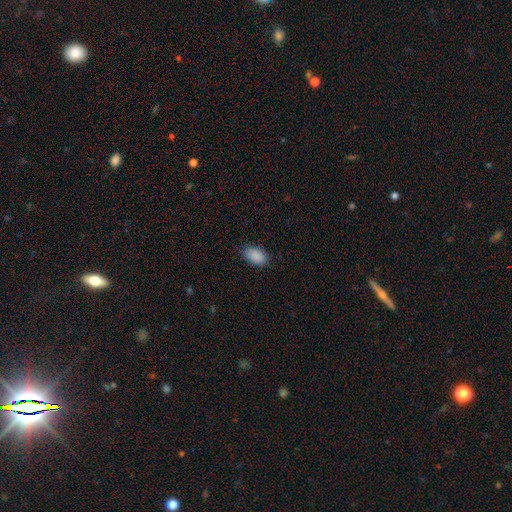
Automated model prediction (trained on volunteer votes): Smooth or featured? smooth (90%)
How rounded? in between (93%)
Merging? none (85%)